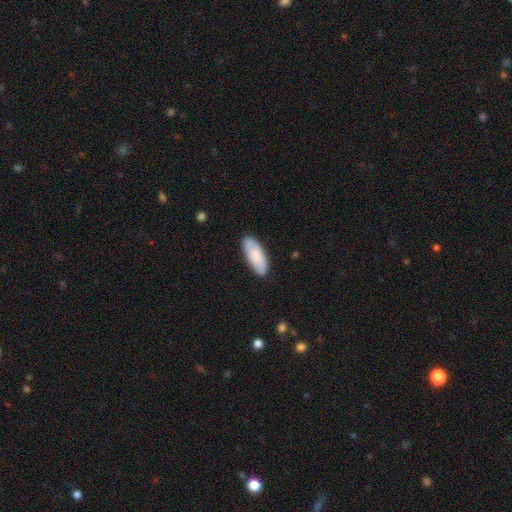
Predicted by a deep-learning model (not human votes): Smooth or featured?
  - smooth: 82% *
  - featured or disk: 13%
  - star or artifact: 5%
How rounded?
  - in between: 76% *
  - cigar-shaped: 23%
  - round: 2%
Merging?
  - none: 85% *
  - minor disturbance: 12%
  - major disturbance: 2%
  - merger: 1%